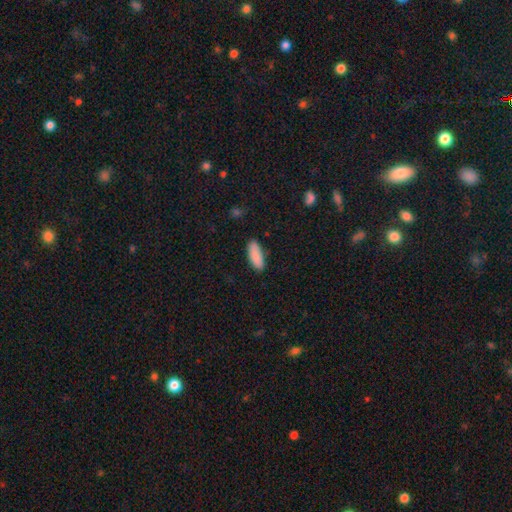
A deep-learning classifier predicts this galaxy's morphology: Q: Smooth or featured?
A: smooth (89%); runner-up: star or artifact (6%)
Q: How rounded?
A: in between (75%); runner-up: cigar-shaped (23%)
Q: Merging?
A: none (86%); runner-up: minor disturbance (10%)